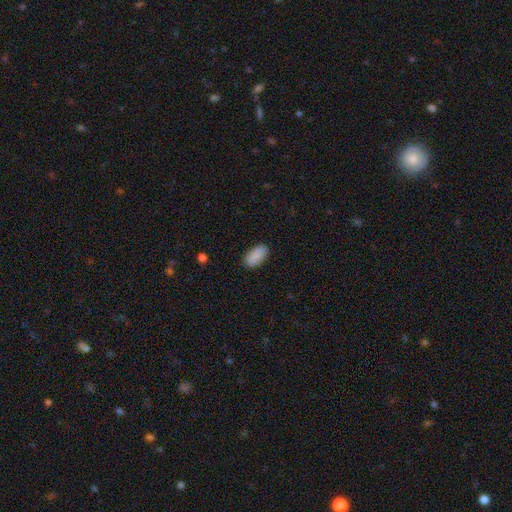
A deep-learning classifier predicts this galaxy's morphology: Smooth or featured?
  - smooth: 88% *
  - star or artifact: 7%
  - featured or disk: 5%
How rounded?
  - in between: 93% *
  - cigar-shaped: 4%
  - round: 3%
Merging?
  - none: 85% *
  - minor disturbance: 11%
  - major disturbance: 2%
  - merger: 1%